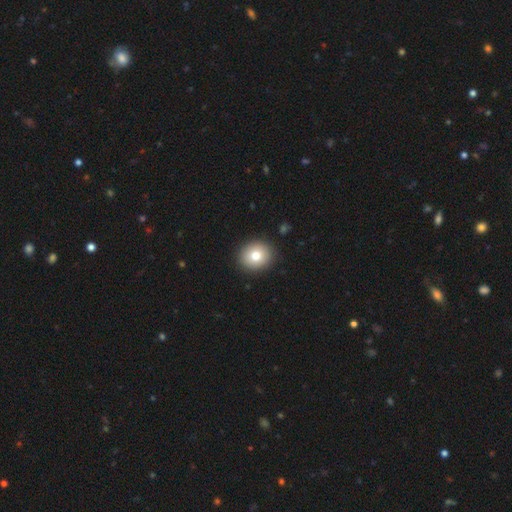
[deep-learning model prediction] Smooth or featured? smooth (80%)
How rounded? round (74%)
Merging? none (91%)